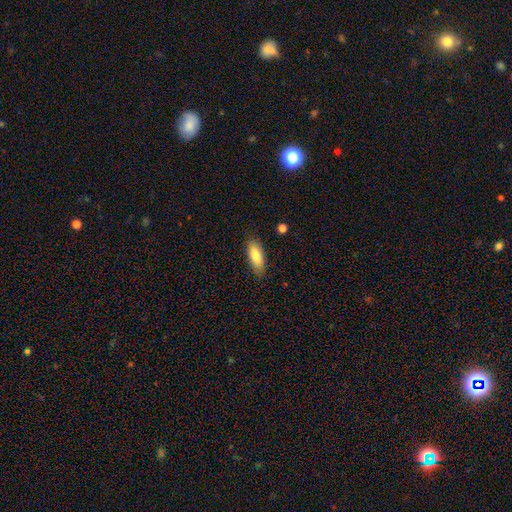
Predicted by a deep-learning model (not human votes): Smooth or featured? smooth (83%)
How rounded? in between (76%)
Merging? none (83%)